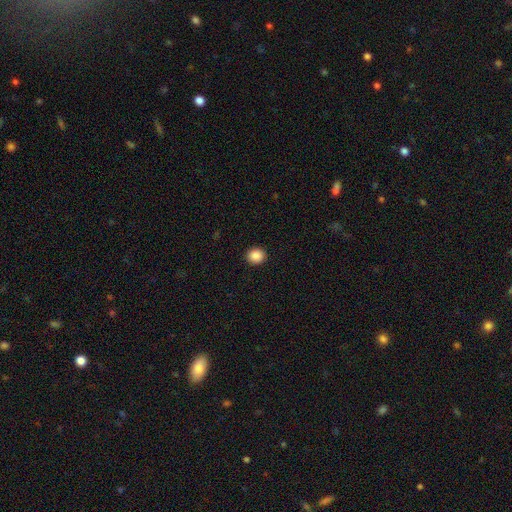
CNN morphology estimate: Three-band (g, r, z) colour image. It shows a smooth galaxy with no disk features (88%) that is round (80%). Merging: none (92%).